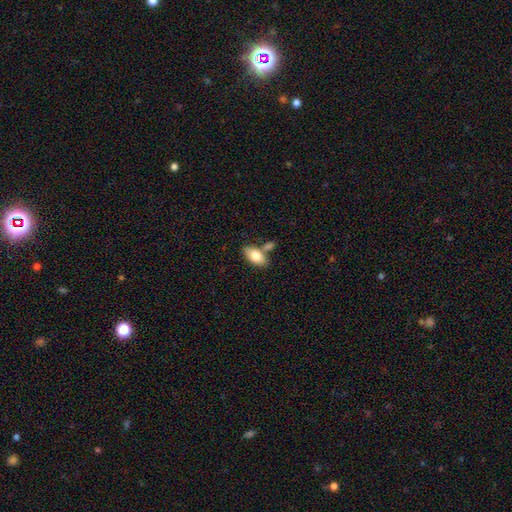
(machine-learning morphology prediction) This appears to be a smooth galaxy with no disk features (78%) that is in between round and cigar-shaped (91%). Merging: none (60%).